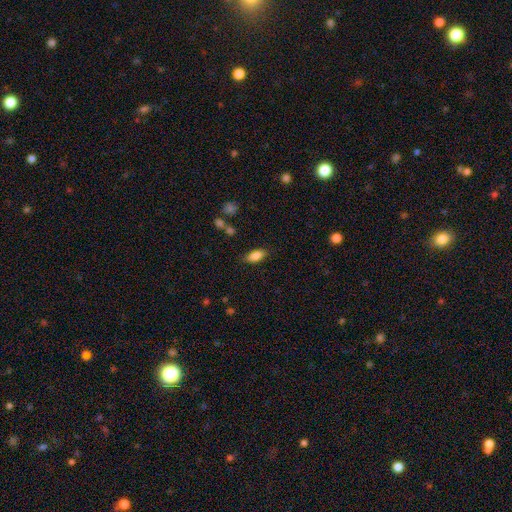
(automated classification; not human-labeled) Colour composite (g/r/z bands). It shows a smooth galaxy with no disk features (85%) that is in between round and cigar-shaped (85%). Merging: none (82%).